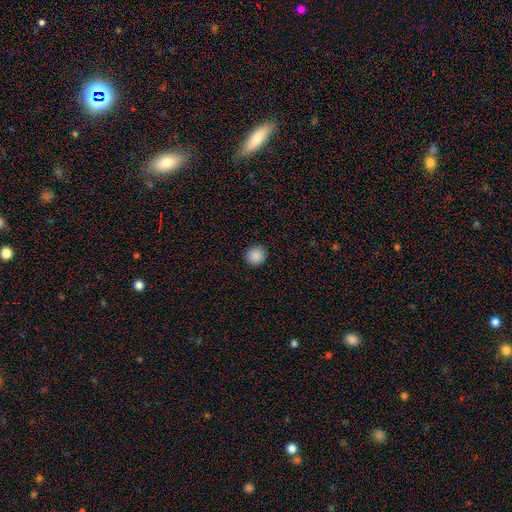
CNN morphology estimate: smooth-or-featured: smooth: 88% | star or artifact: 9% | featured or disk: 3%
  how-rounded: round: 90% | in between: 9% | cigar-shaped: 1%
  merging: none: 92% | minor disturbance: 6% | major disturbance: 2% | merger: 1%